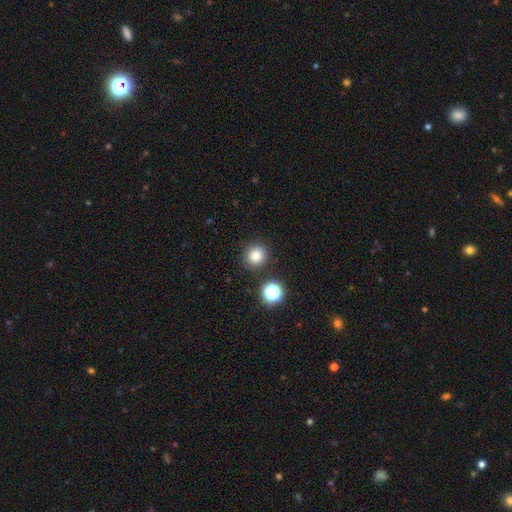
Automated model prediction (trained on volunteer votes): Smooth or featured?
  - smooth: 79% *
  - star or artifact: 15%
  - featured or disk: 6%
How rounded?
  - round: 92% *
  - in between: 7%
  - cigar-shaped: 1%
Merging?
  - none: 87% *
  - minor disturbance: 7%
  - merger: 4%
  - major disturbance: 2%